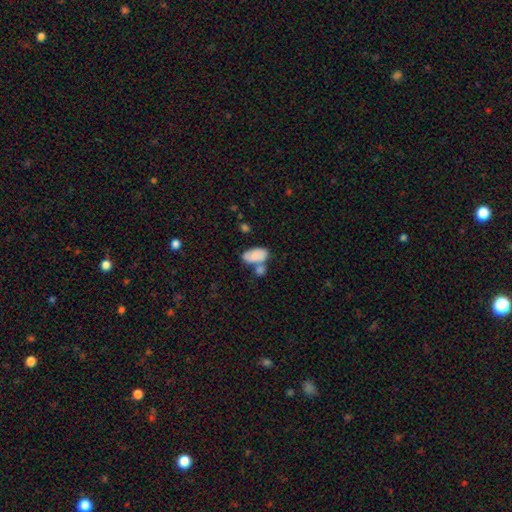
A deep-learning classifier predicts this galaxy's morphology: This appears to be a smooth galaxy with no disk features (75%) that is in between round and cigar-shaped (94%). Merging: merger (39%).